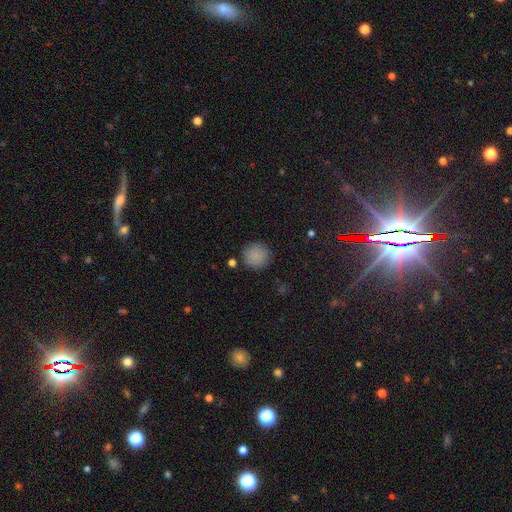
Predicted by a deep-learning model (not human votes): smooth_or_featured: smooth (p=0.87) [alt: star or artifact p=0.09]
how_rounded: round (p=0.93) [alt: in between p=0.06]
merging: none (p=0.88) [alt: minor disturbance p=0.08]